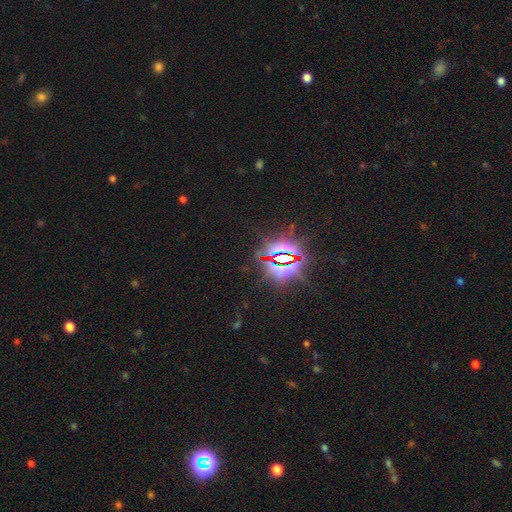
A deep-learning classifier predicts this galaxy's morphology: Q: Smooth or featured?
A: star or artifact (86%); runner-up: smooth (8%)